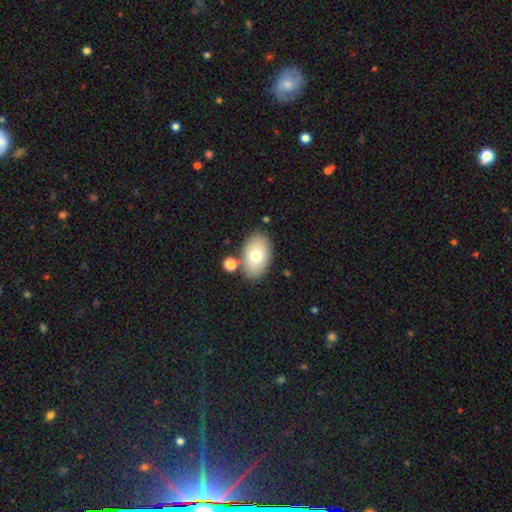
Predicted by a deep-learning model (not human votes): This appears to be a smooth galaxy with no disk features (73%) that is in between round and cigar-shaped (90%). Merging: none (79%).